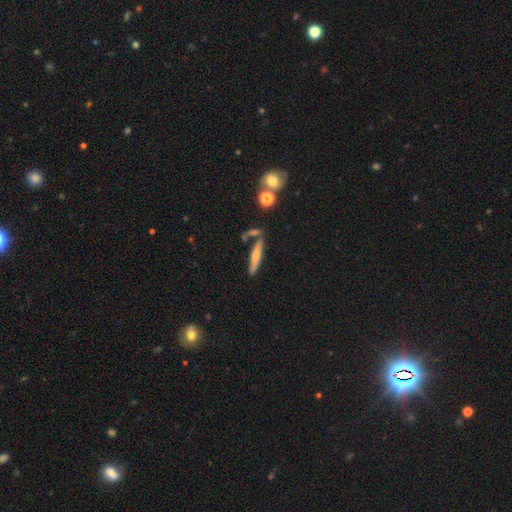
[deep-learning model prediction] Smooth or featured?
  - featured or disk: 58% *
  - smooth: 33%
  - star or artifact: 9%
Edge-on disk?
  - yes: 91% *
  - no: 9%
Edge-on bulge?
  - rounded: 88% *
  - none: 7%
  - boxy: 5%
Merging?
  - none: 73% *
  - minor disturbance: 13%
  - merger: 11%
  - major disturbance: 4%